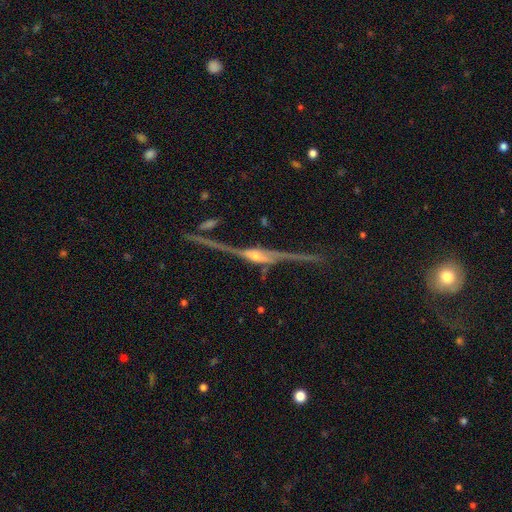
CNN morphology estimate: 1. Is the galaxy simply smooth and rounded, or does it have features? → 87% featured or disk, 7% star or artifact, 6% smooth.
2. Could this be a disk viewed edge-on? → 94% yes, 6% no.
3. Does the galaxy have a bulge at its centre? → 81% rounded, 13% boxy, 6% none.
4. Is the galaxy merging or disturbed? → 73% none, 15% minor disturbance, 7% major disturbance, 5% merger.